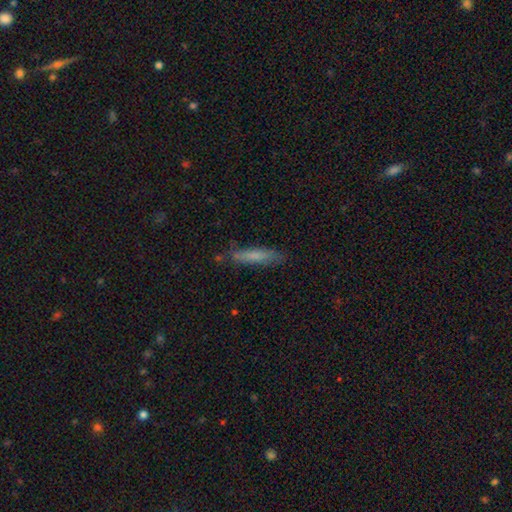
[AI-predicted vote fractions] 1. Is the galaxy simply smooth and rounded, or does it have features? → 74% smooth, 19% featured or disk, 7% star or artifact.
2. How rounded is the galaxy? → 85% cigar-shaped, 14% in between, 1% round.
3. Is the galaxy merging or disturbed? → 76% none, 18% minor disturbance, 4% major disturbance, 3% merger.